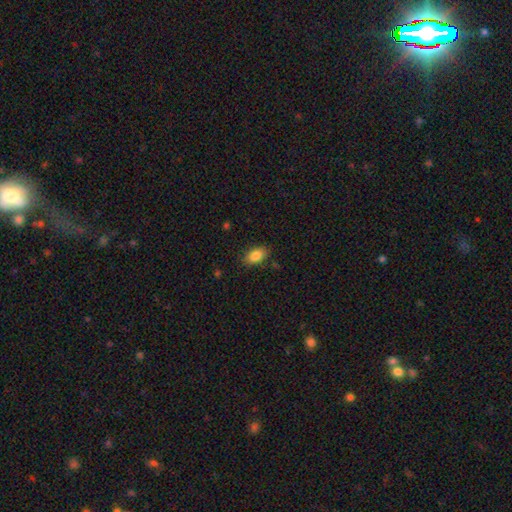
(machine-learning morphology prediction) Smooth or featured? smooth (85%)
How rounded? in between (90%)
Merging? none (84%)